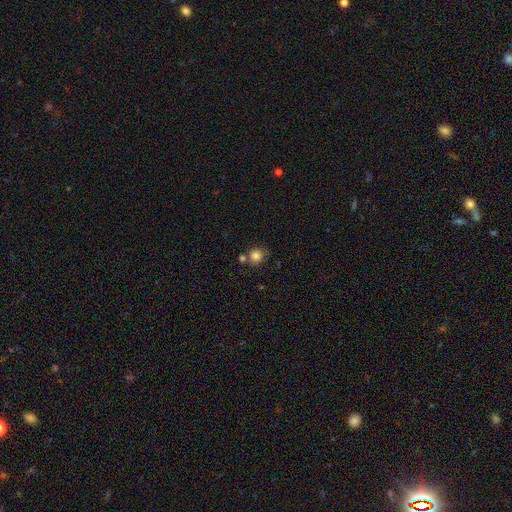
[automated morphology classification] smooth 82%, star or artifact 11%, featured or disk 6%. Down the decision tree: how rounded — round (88%); merging — none (65%).